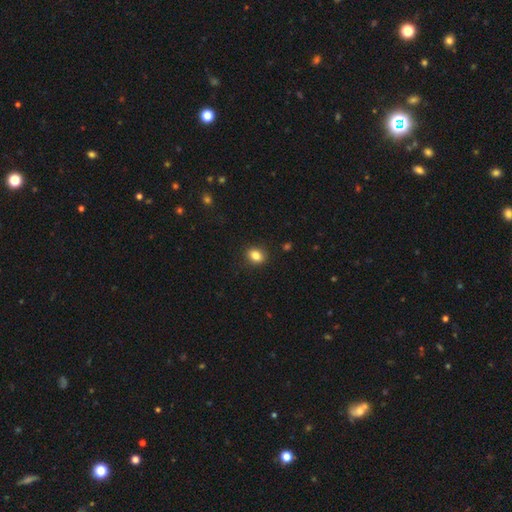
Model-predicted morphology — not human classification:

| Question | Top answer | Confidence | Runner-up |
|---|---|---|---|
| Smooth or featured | smooth | 85% | star or artifact (10%) |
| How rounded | in between | 59% | round (40%) |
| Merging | none | 88% | minor disturbance (9%) |